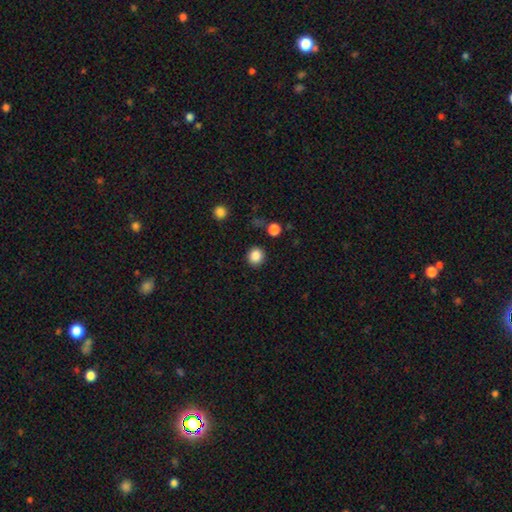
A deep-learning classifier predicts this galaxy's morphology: Smooth or featured: smooth — 86% (star or artifact — 10%)
How rounded: round — 90% (in between — 10%)
Merging: none — 90% (minor disturbance — 6%)